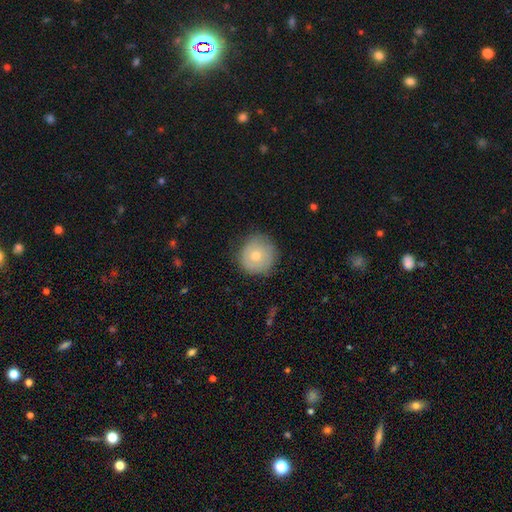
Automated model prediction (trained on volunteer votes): smooth 63%, featured or disk 28%, star or artifact 9%. Down the decision tree: how rounded — round (93%); merging — none (81%).